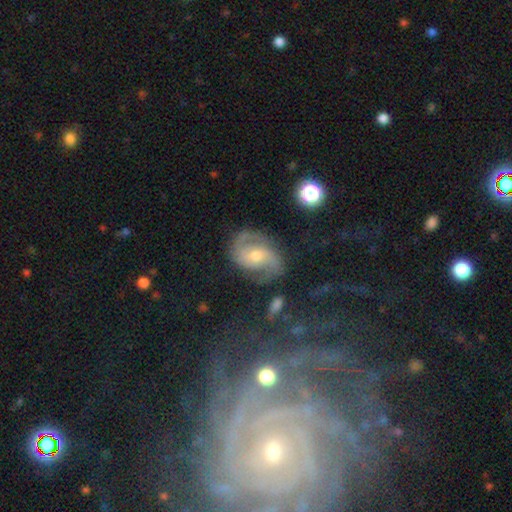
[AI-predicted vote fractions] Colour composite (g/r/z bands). It shows a featured or disk galaxy (81%) with no bar (47%), 2 (85%) medium (51%) spiral arms (94%) and a moderate central bulge (58%). Merging: none (70%).